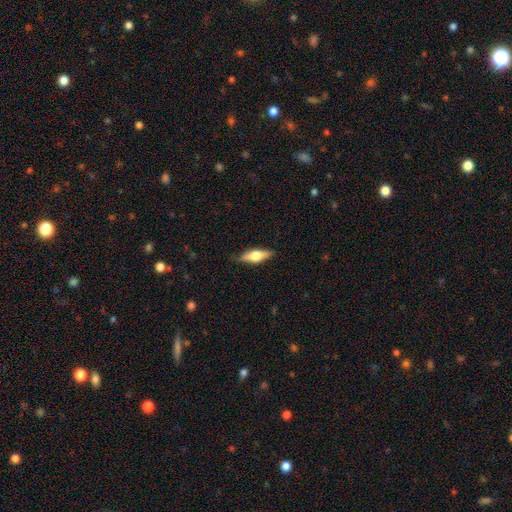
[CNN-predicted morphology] Smooth or featured?
  - smooth: 51% *
  - featured or disk: 43%
  - star or artifact: 6%
How rounded?
  - in between: 59% *
  - cigar-shaped: 38%
  - round: 3%
Merging?
  - none: 85% *
  - minor disturbance: 11%
  - major disturbance: 2%
  - merger: 1%